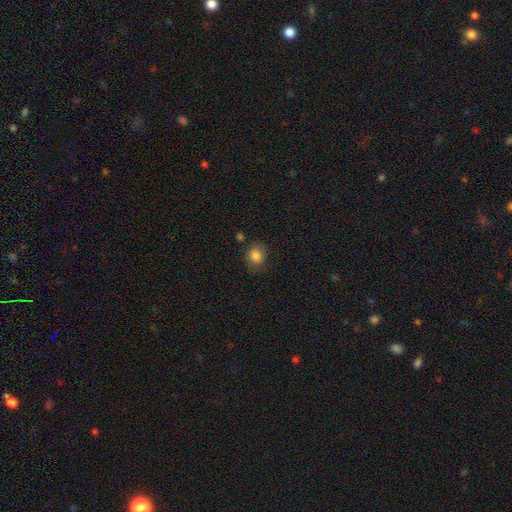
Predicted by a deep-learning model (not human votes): Smooth or featured? smooth (83%)
How rounded? round (63%)
Merging? none (76%)